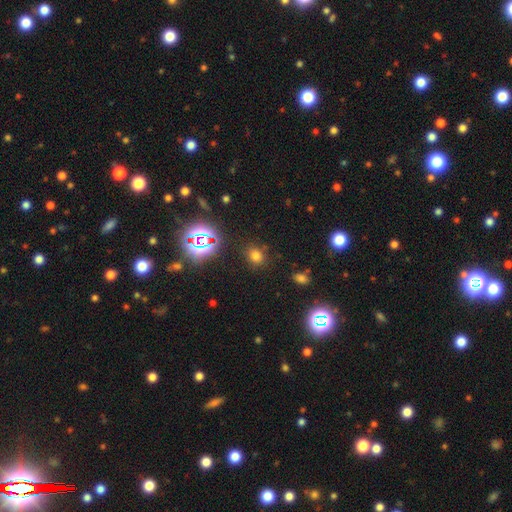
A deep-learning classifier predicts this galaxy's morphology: smooth-or-featured: smooth: 67% | star or artifact: 26% | featured or disk: 6%
  how-rounded: round: 64% | in between: 34% | cigar-shaped: 1%
  merging: none: 83% | minor disturbance: 11% | major disturbance: 4% | merger: 2%